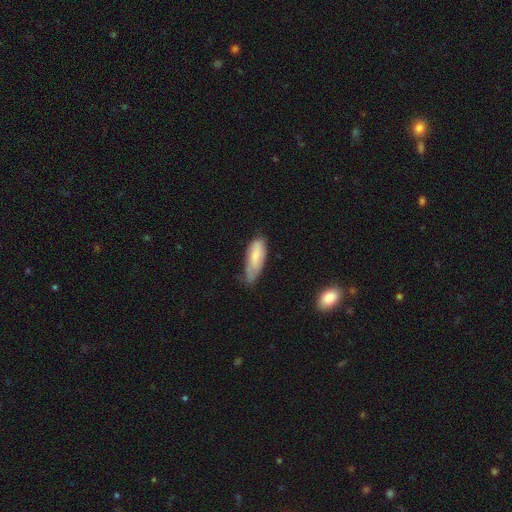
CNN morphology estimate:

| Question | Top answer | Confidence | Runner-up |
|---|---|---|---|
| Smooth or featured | smooth | 76% | featured or disk (18%) |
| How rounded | in between | 71% | cigar-shaped (27%) |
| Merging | none | 43% | tied: minor disturbance (43%) |